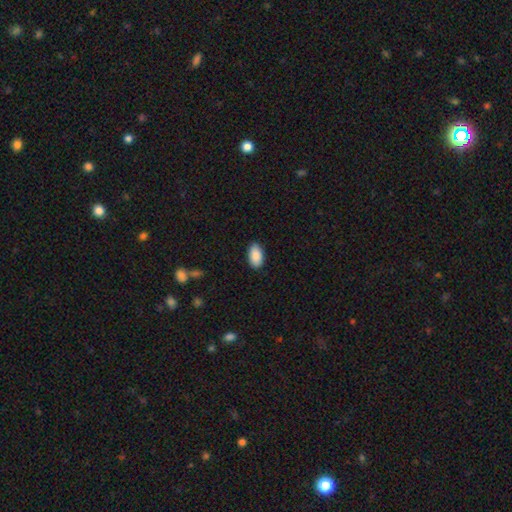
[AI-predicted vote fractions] Smooth or featured?
  - smooth: 89% *
  - star or artifact: 6%
  - featured or disk: 4%
How rounded?
  - in between: 95% *
  - round: 3%
  - cigar-shaped: 2%
Merging?
  - none: 88% *
  - minor disturbance: 9%
  - major disturbance: 2%
  - merger: 1%